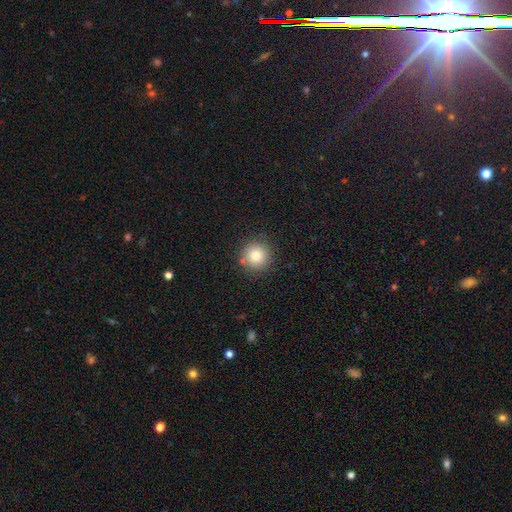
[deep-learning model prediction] Overall: smooth (81%). How rounded: round (94%). Merging: none (86%).